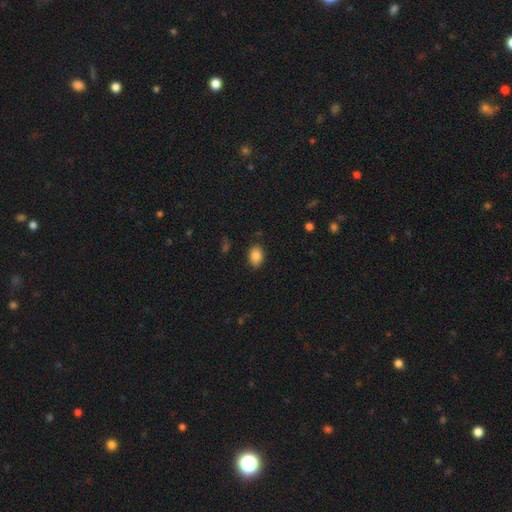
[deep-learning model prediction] Smooth or featured?
  - smooth: 86% *
  - star or artifact: 8%
  - featured or disk: 6%
How rounded?
  - in between: 83% *
  - round: 16%
  - cigar-shaped: 1%
Merging?
  - none: 87% *
  - minor disturbance: 9%
  - major disturbance: 2%
  - merger: 1%